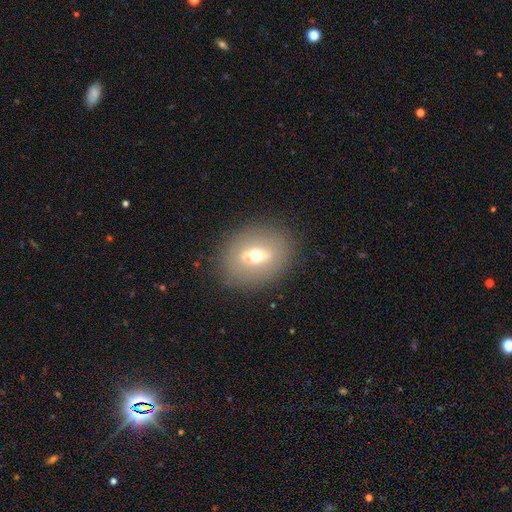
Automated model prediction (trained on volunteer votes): smooth 47%, featured or disk 41%, star or artifact 12%. Down the decision tree: merging — none (78%).